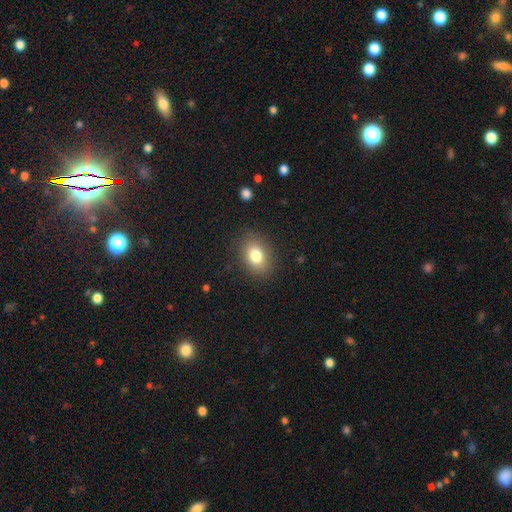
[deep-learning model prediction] Smooth or featured? smooth (80%)
How rounded? in between (67%)
Merging? none (86%)